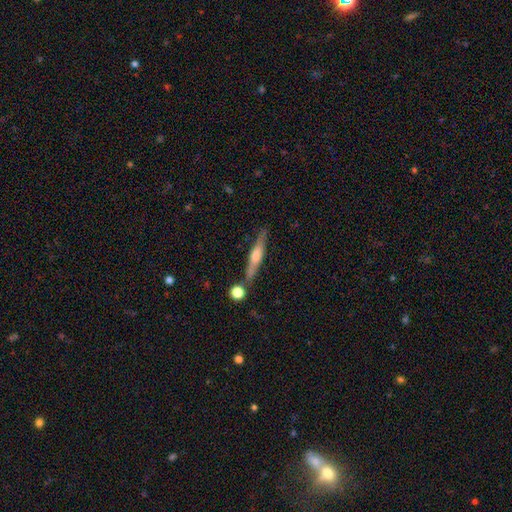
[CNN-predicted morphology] smooth_or_featured: featured or disk (p=0.60) [alt: smooth p=0.33]
disk_edge_on: yes (p=0.95) [alt: no p=0.05]
edge_on_bulge: rounded (p=0.67) [alt: boxy p=0.20]
merging: none (p=0.75) [alt: minor disturbance p=0.13]